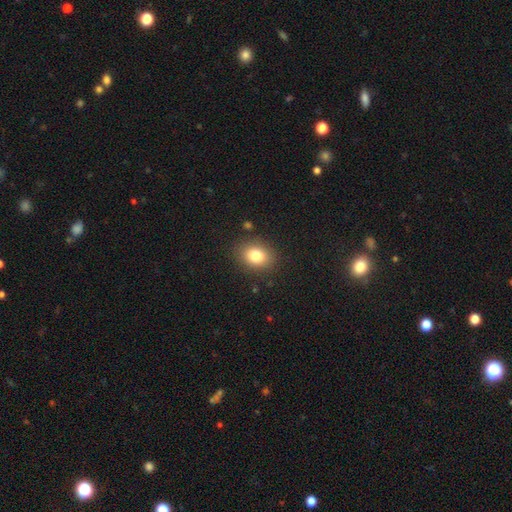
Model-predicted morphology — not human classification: Q: Smooth or featured?
A: smooth (81%); runner-up: star or artifact (10%)
Q: How rounded?
A: in between (58%); runner-up: round (41%)
Q: Merging?
A: none (86%); runner-up: minor disturbance (9%)